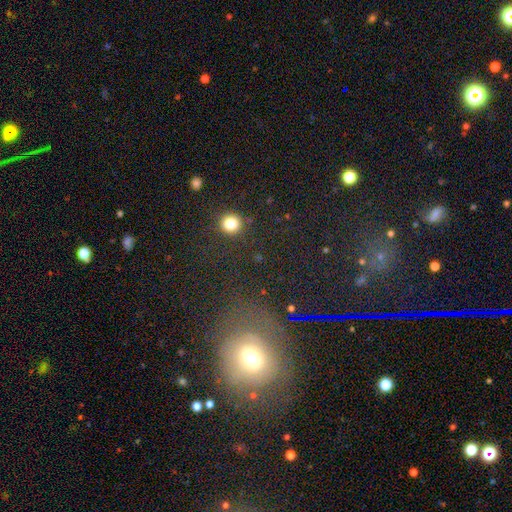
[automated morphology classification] Smooth or featured? Predicted: star or artifact (p=0.49).